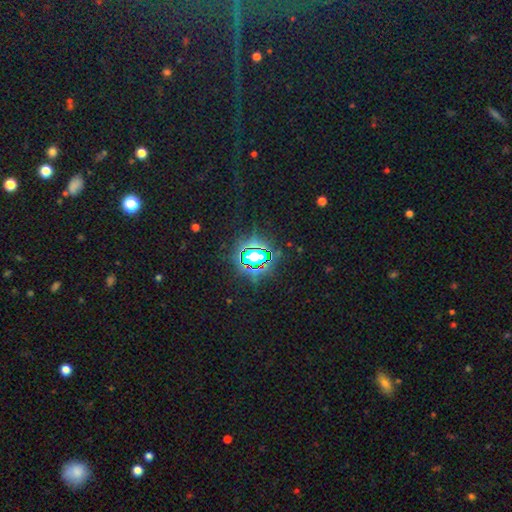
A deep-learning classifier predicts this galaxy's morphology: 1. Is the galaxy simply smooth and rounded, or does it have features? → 75% star or artifact, 15% smooth, 10% featured or disk.